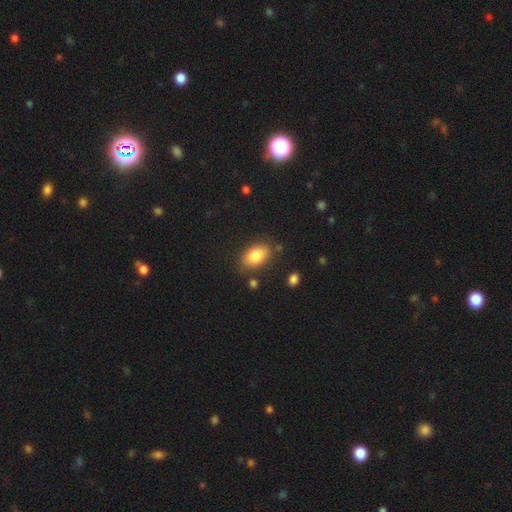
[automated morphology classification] Smooth or featured? smooth (83%)
How rounded? in between (90%)
Merging? none (80%)